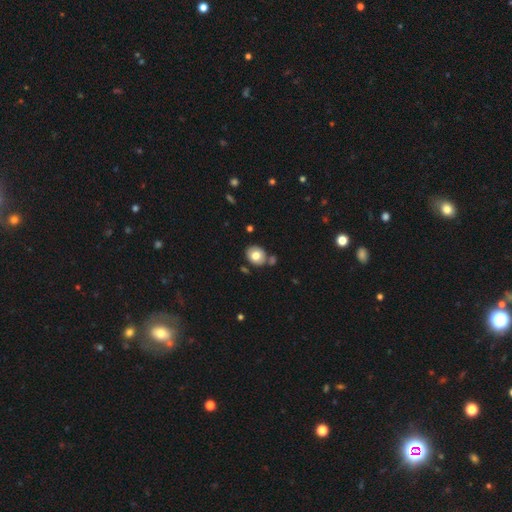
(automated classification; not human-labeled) A smooth galaxy with no disk features (75%) that is round (55%).

Vote fractions:
- Smooth or featured? smooth: 75% / featured or disk: 17% / star or artifact: 8%
- How rounded? round: 55% / in between: 44% / cigar-shaped: 1%
- Merging? none: 73% / minor disturbance: 13% / merger: 11% / major disturbance: 3%